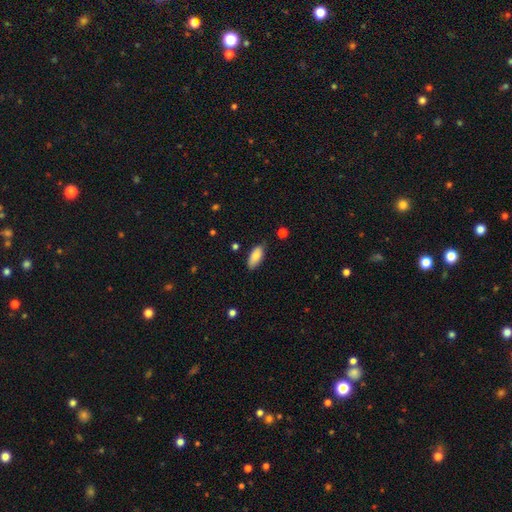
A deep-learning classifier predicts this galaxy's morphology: This appears to be a smooth galaxy with no disk features (84%) that is in between round and cigar-shaped (86%). Merging: none (79%).